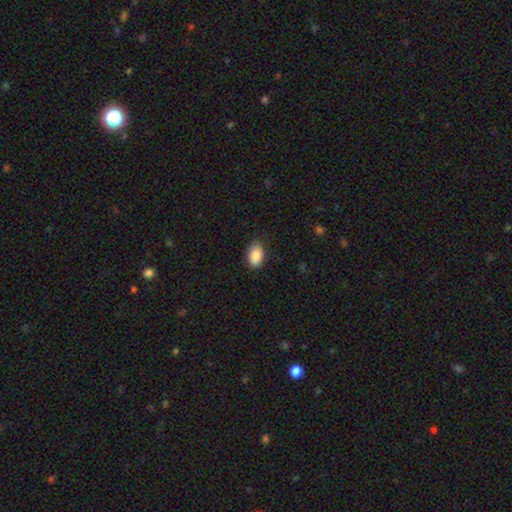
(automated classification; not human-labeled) Q: Smooth or featured?
A: smooth (89%); runner-up: star or artifact (7%)
Q: How rounded?
A: in between (92%); runner-up: round (7%)
Q: Merging?
A: none (85%); runner-up: minor disturbance (12%)